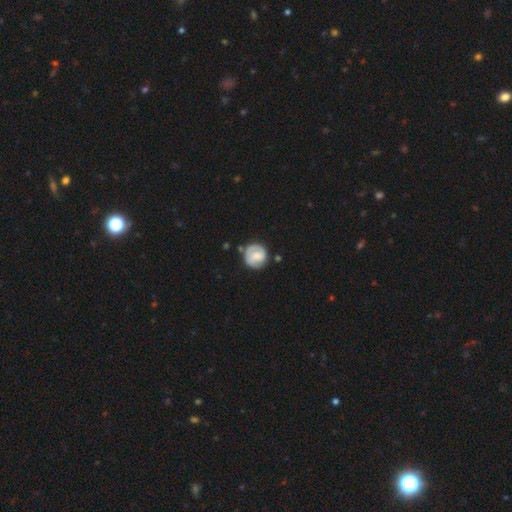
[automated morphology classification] Smooth or featured: featured or disk — 51% (smooth — 44%)
Edge-on disk: no — 98% (yes — 2%)
Merging: none — 68% (minor disturbance — 20%)